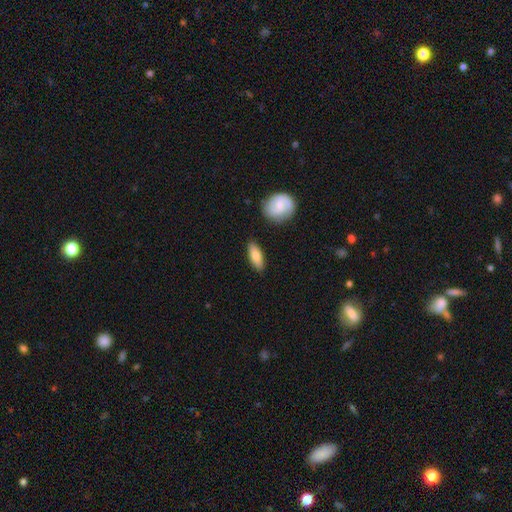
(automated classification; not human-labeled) smooth-or-featured: smooth: 75% | featured or disk: 19% | star or artifact: 5%
  how-rounded: in between: 71% | cigar-shaped: 27% | round: 3%
  merging: none: 85% | minor disturbance: 10% | merger: 3% | major disturbance: 2%